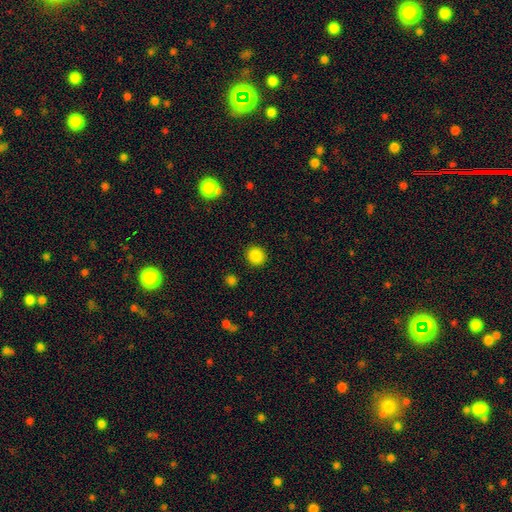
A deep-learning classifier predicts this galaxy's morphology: Smooth or featured?
  - smooth: 87% *
  - star or artifact: 11%
  - featured or disk: 3%
How rounded?
  - round: 87% *
  - in between: 12%
  - cigar-shaped: 1%
Merging?
  - none: 90% *
  - minor disturbance: 6%
  - major disturbance: 2%
  - merger: 1%